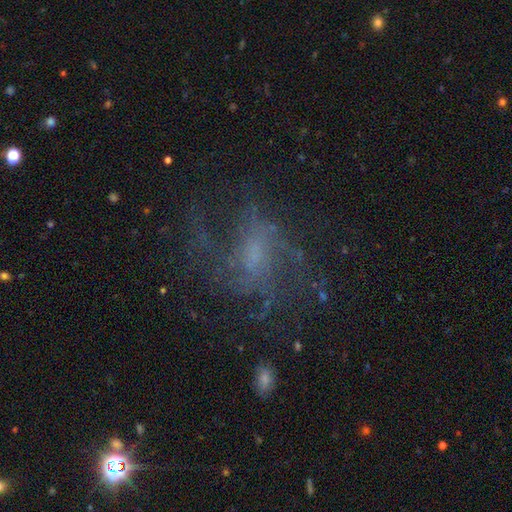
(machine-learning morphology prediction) This is likely a featured or disk galaxy (70%). It is clearly not viewed edge-on (96%). Bar: possibly no (52%). Spiral arm pattern: clearly yes (86%). Spiral arm count: marginally can't tell (38%). Spiral winding: marginally medium (43%). Central bulge: marginally small (42%). Merging: likely none (63%).